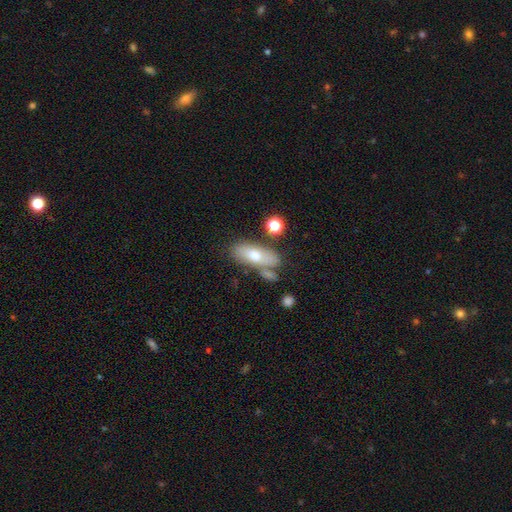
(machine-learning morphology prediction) A smooth galaxy with no disk features (63%) that is in between round and cigar-shaped (77%). Merging: none (64%).